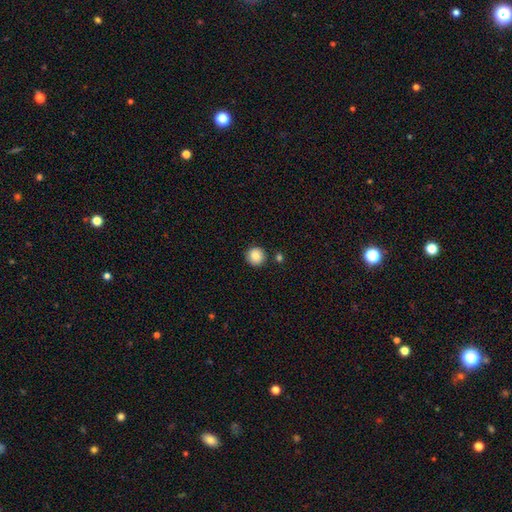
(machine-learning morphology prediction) This is clearly a smooth galaxy (86%). How rounded: clearly round (94%). Merging: clearly none (87%).